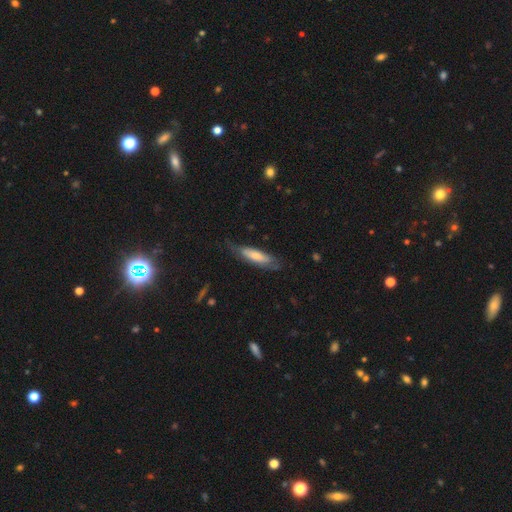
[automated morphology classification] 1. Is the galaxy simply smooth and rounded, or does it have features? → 63% smooth, 31% featured or disk, 5% star or artifact.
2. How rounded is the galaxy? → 64% cigar-shaped, 35% in between, 2% round.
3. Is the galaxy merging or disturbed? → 64% none, 26% minor disturbance, 9% major disturbance, 2% merger.